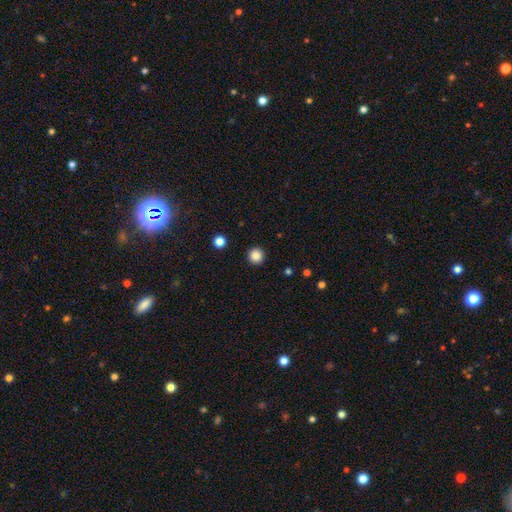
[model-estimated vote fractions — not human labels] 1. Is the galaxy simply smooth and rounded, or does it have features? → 86% smooth, 11% star or artifact, 4% featured or disk.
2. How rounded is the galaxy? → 96% round, 3% in between, 1% cigar-shaped.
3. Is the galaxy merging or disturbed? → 93% none, 4% minor disturbance, 2% major disturbance, 1% merger.